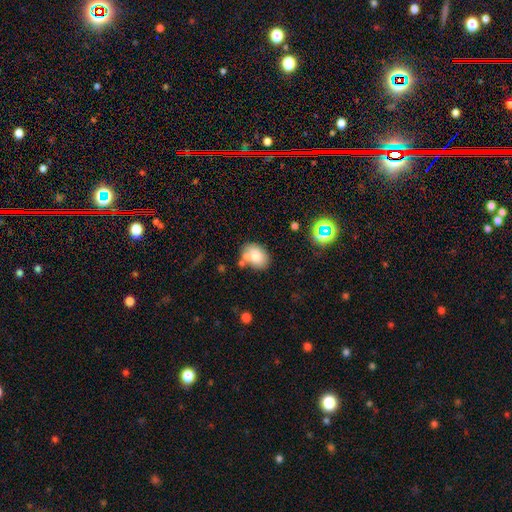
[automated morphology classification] A smooth galaxy with no disk features (77%) that is in between round and cigar-shaped (73%).

Vote fractions:
- Smooth or featured? smooth: 77% / featured or disk: 13% / star or artifact: 10%
- How rounded? in between: 73% / round: 26% / cigar-shaped: 1%
- Merging? none: 57% / merger: 20% / minor disturbance: 17% / major disturbance: 5%